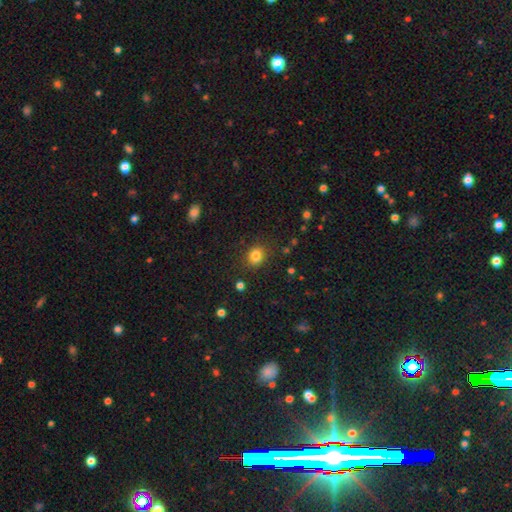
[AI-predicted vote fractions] Morphology: type=smooth (82%); roundness=round (62%); merging=none (85%).